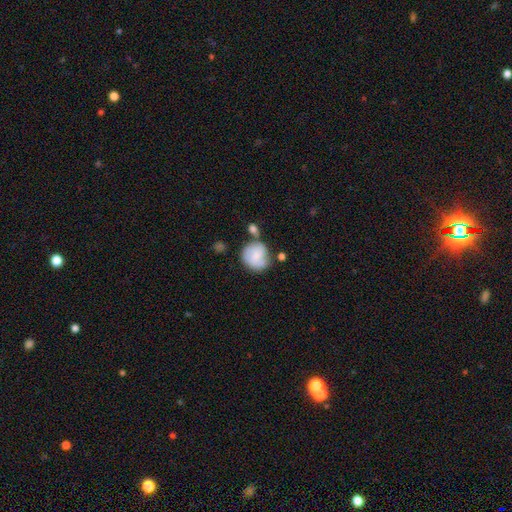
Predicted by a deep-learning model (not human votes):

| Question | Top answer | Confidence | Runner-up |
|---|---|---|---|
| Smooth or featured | smooth | 62% | featured or disk (31%) |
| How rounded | round | 80% | in between (19%) |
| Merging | none | 48% | minor disturbance (24%) |